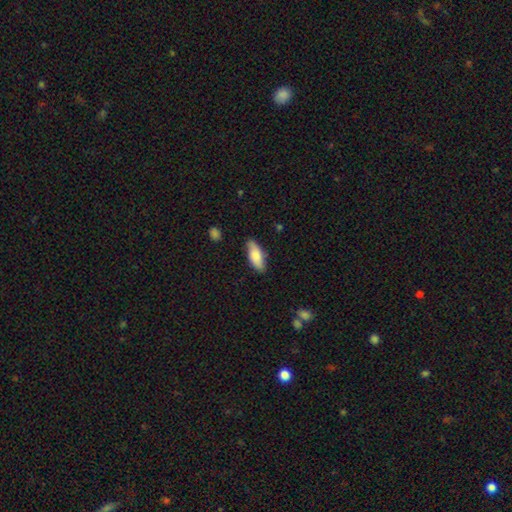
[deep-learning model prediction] Morphology: type=smooth (78%); roundness=in between (75%); merging=none (80%).